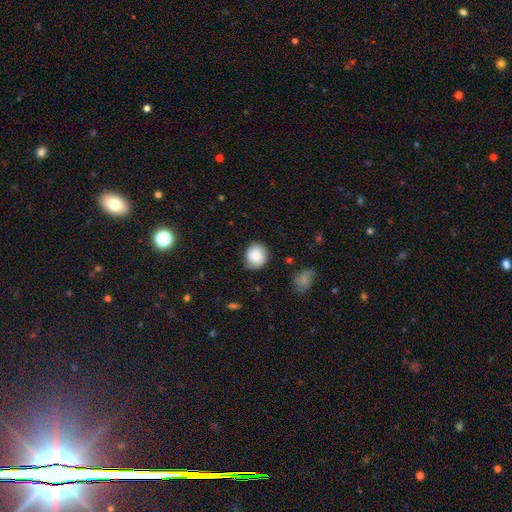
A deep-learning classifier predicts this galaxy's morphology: Overall: smooth (84%). How rounded: round (83%). Merging: none (79%).